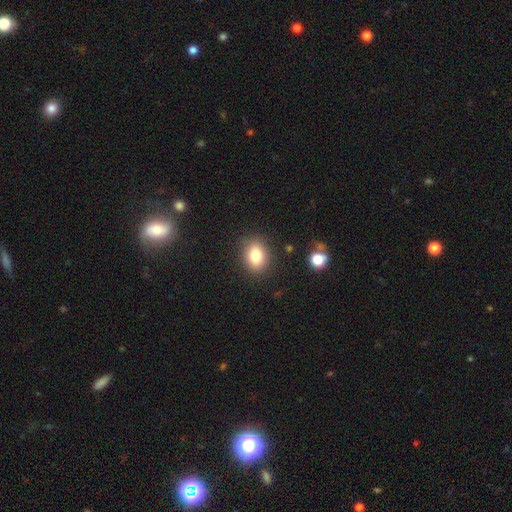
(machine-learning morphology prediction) type=smooth (81%); roundness=in between (58%); merging=none (84%).